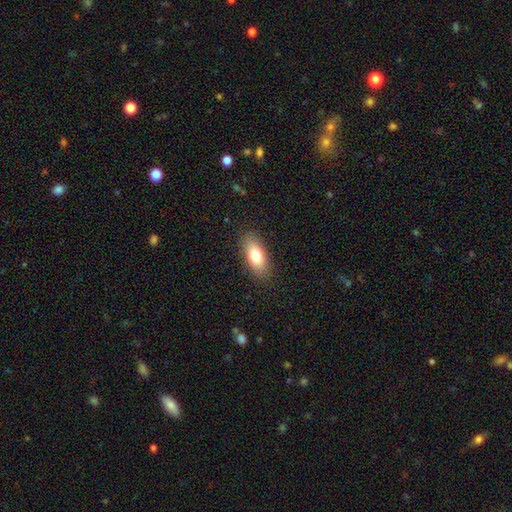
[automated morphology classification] The model was most divided on "smooth or featured": smooth: 78%, featured or disk: 15%, star or artifact: 7%. More confident: merging — none (87%); how rounded — in between (82%).